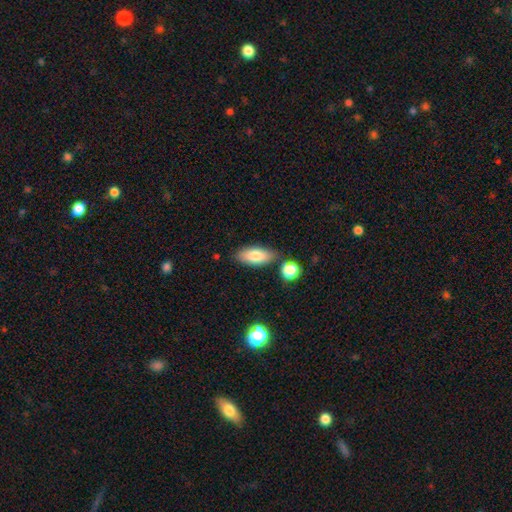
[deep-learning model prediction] A smooth galaxy with no disk features (81%) that is in between round and cigar-shaped (84%).

Vote fractions:
- Smooth or featured? smooth: 81% / featured or disk: 12% / star or artifact: 7%
- How rounded? in between: 84% / cigar-shaped: 13% / round: 3%
- Merging? none: 78% / minor disturbance: 13% / merger: 7% / major disturbance: 3%